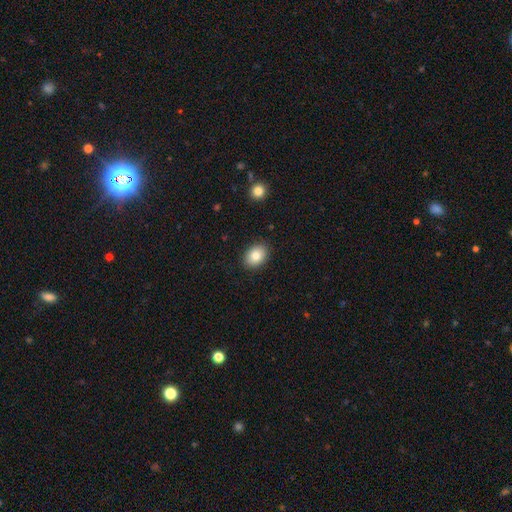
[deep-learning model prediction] Morphology: type=smooth (83%); roundness=in between (71%); merging=none (88%).